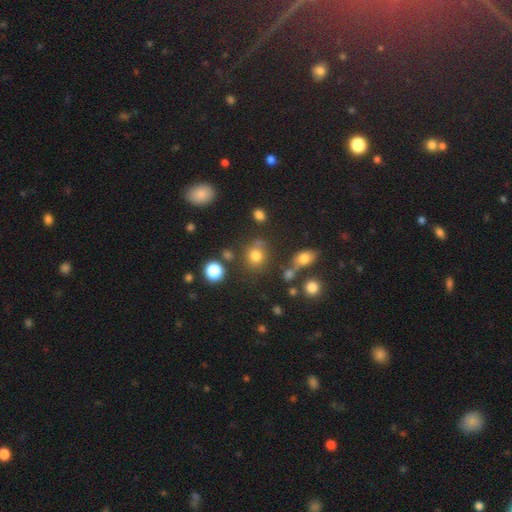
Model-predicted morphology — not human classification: Smooth or featured? smooth (75%)
How rounded? round (82%)
Merging? none (70%)